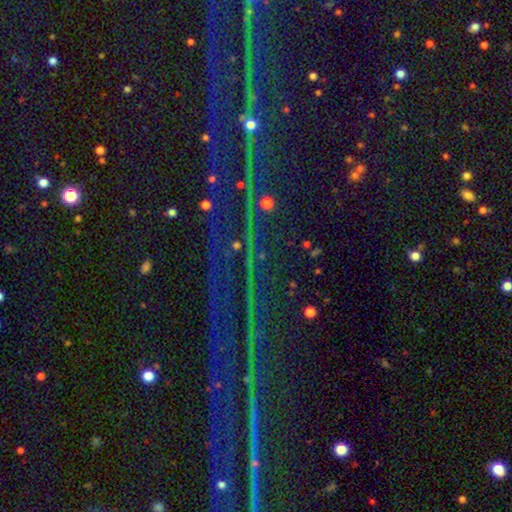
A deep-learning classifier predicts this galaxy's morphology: smooth_or_featured: star or artifact (p=0.85) [alt: featured or disk p=0.08]